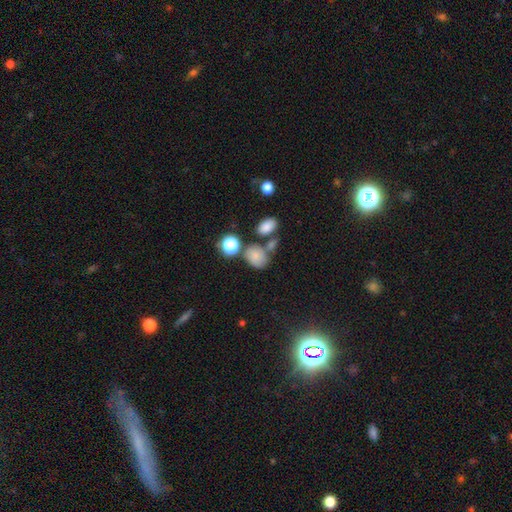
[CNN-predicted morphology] Overall: smooth (75%). How rounded: in between (63%; round 36%). Merging: none (51%; merger 24%).